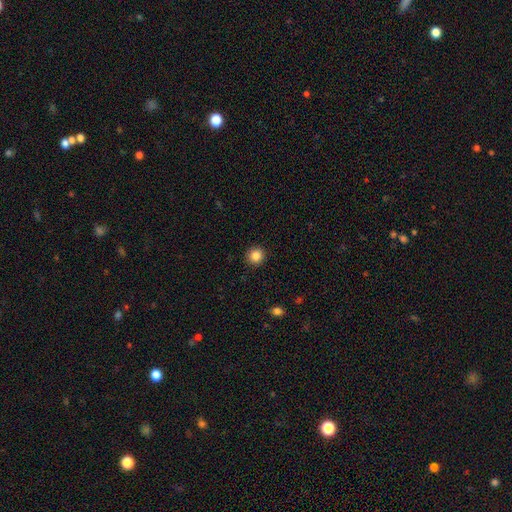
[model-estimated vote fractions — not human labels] smooth_or_featured: smooth (p=0.85) [alt: star or artifact p=0.11]
how_rounded: round (p=0.94) [alt: in between p=0.05]
merging: none (p=0.93) [alt: minor disturbance p=0.05]